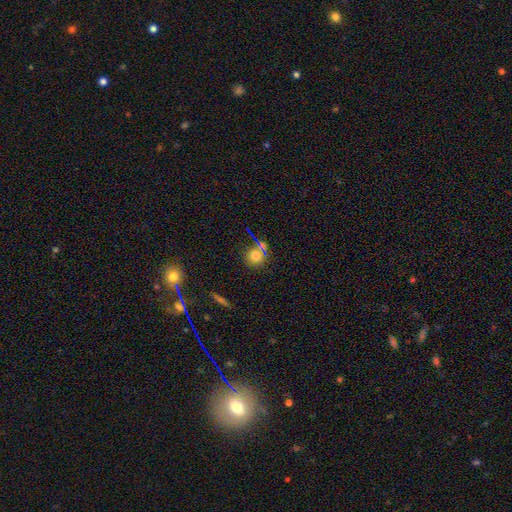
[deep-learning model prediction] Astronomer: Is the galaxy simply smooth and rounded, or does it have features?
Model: smooth — 72%.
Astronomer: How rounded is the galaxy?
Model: round — 91%.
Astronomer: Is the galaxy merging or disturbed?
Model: none — 78%.